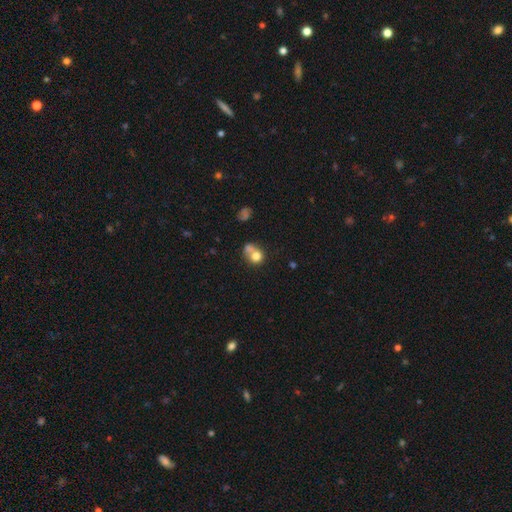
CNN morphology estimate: The model was most divided on "merging": merger: 47%, none: 33%, minor disturbance: 12%, major disturbance: 8%. More confident: how rounded — round (74%); smooth or featured — smooth (74%).